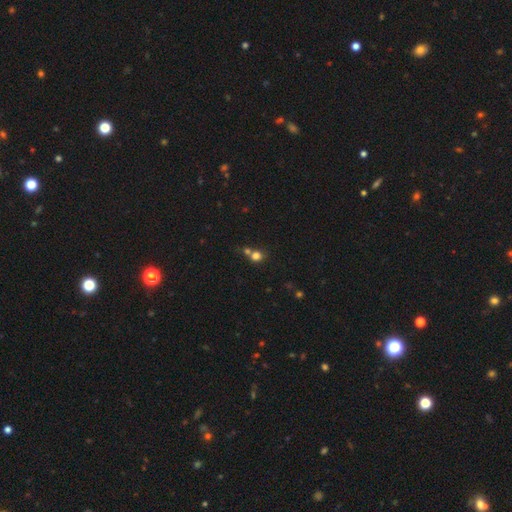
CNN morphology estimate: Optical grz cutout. It shows a smooth galaxy with no disk features (77%) that is round (81%). Merging: none (49%).